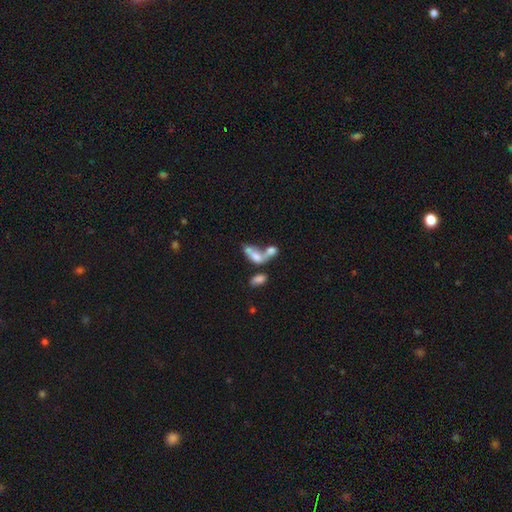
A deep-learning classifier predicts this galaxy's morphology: smooth-or-featured: smooth: 59% | featured or disk: 30% | star or artifact: 11%
  how-rounded: in between: 79% | cigar-shaped: 14% | round: 7%
  merging: merger: 66% | none: 16% | major disturbance: 11% | minor disturbance: 8%